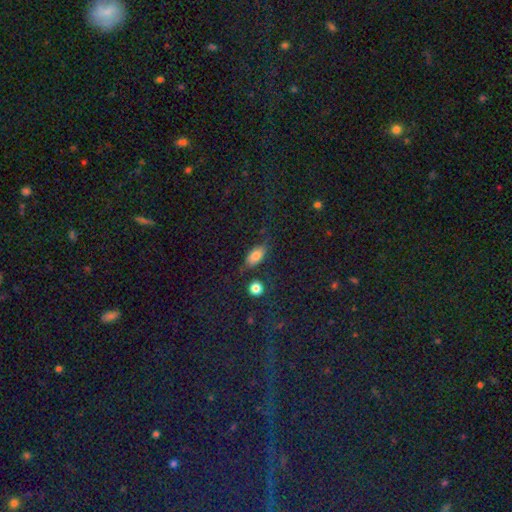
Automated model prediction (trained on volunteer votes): The model was most divided on "merging": none: 71%, minor disturbance: 18%, major disturbance: 6%, merger: 5%. More confident: how rounded — in between (86%); smooth or featured — smooth (80%).